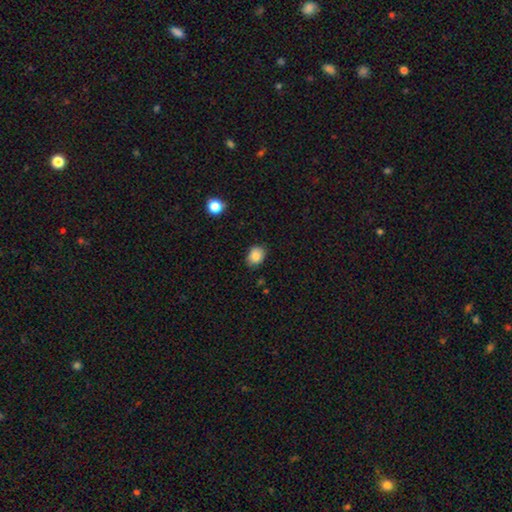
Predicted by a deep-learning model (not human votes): Q: Smooth or featured?
A: smooth (86%); runner-up: star or artifact (9%)
Q: How rounded?
A: in between (59%); runner-up: round (40%)
Q: Merging?
A: none (80%); runner-up: minor disturbance (16%)